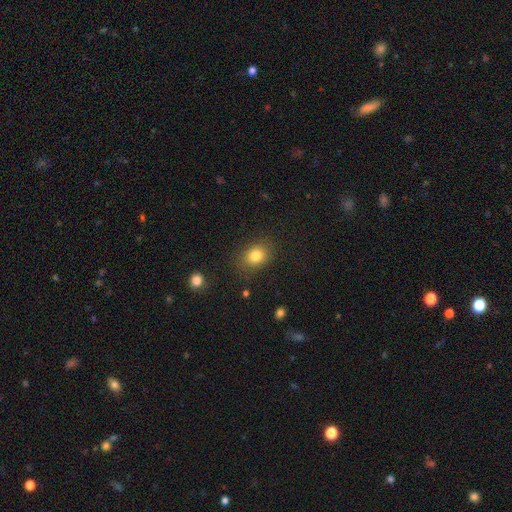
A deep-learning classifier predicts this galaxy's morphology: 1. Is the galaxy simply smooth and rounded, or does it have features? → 81% smooth, 11% star or artifact, 8% featured or disk.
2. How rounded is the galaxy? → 54% in between, 45% round, 1% cigar-shaped.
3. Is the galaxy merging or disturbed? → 81% none, 13% minor disturbance, 4% major disturbance, 2% merger.